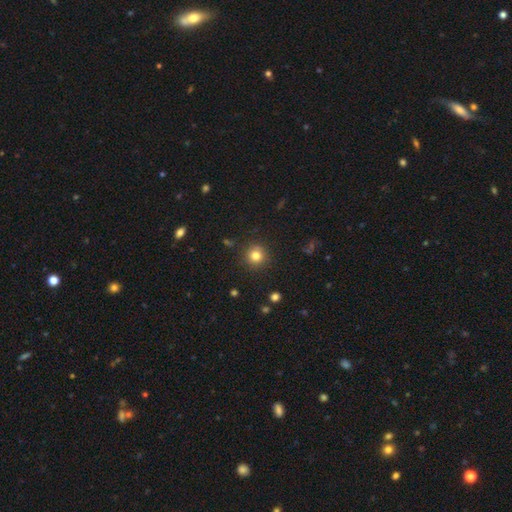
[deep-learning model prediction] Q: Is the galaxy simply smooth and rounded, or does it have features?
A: smooth — 81%.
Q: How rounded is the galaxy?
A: round — 93%.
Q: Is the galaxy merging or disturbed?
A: none — 89%.